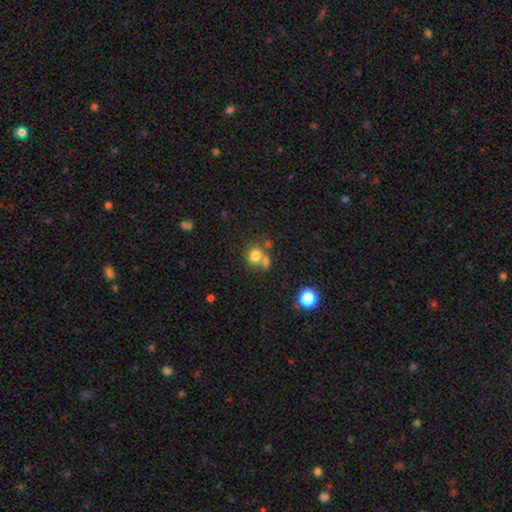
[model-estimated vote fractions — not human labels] smooth-or-featured: smooth: 77% | star or artifact: 13% | featured or disk: 11%
  how-rounded: round: 68% | in between: 31% | cigar-shaped: 1%
  merging: none: 47% | merger: 37% | minor disturbance: 11% | major disturbance: 5%